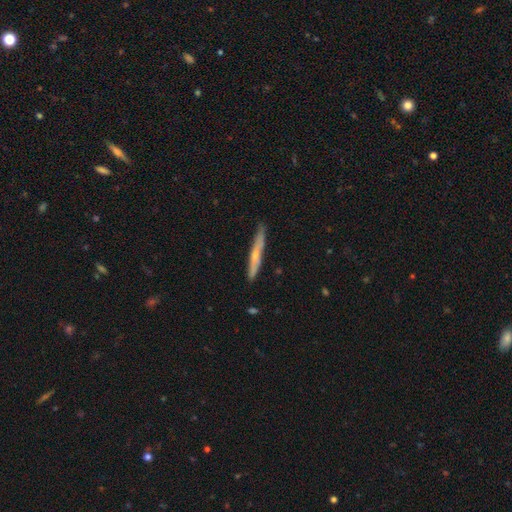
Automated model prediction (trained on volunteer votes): A featured or disk galaxy (49%). Merging: none (83%).